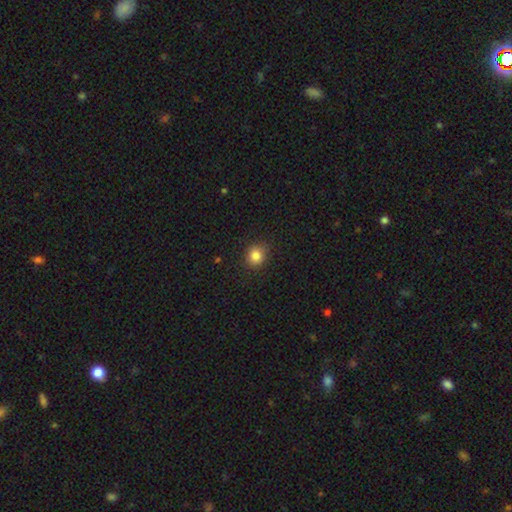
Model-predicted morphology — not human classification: This appears to be a smooth galaxy with no disk features (85%) that is round (80%). Merging: none (87%).